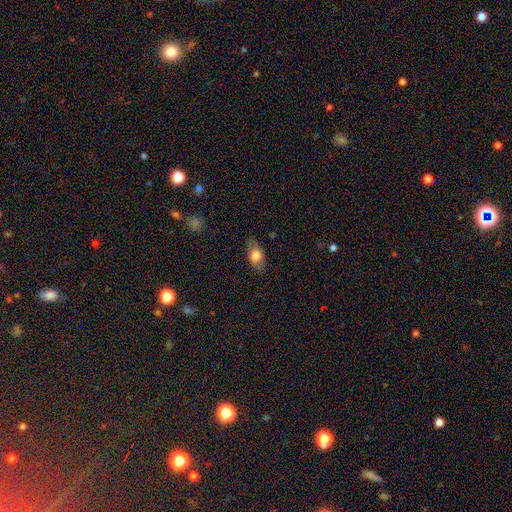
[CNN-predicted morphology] Smooth or featured?
  - smooth: 69% *
  - featured or disk: 24%
  - star or artifact: 7%
How rounded?
  - in between: 86% *
  - round: 7%
  - cigar-shaped: 7%
Merging?
  - none: 82% *
  - minor disturbance: 13%
  - major disturbance: 4%
  - merger: 1%